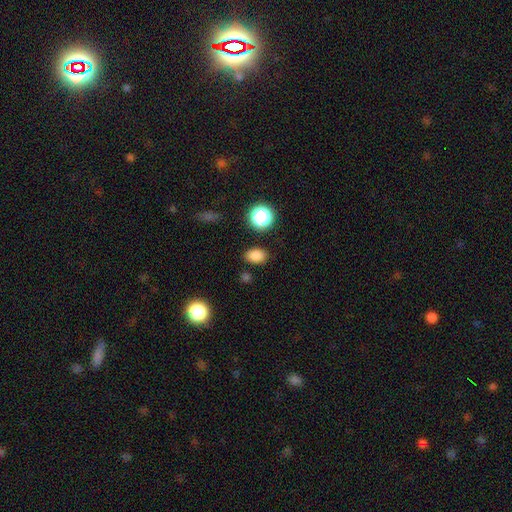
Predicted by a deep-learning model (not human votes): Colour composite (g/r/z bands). It shows a smooth galaxy with no disk features (82%) that is in between round and cigar-shaped (75%). Merging: none (86%).